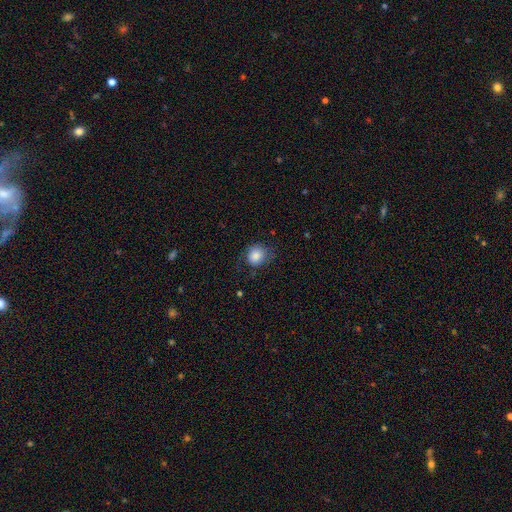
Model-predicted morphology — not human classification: A smooth galaxy with no disk features (80%) that is round (75%). Merging: none (64%).